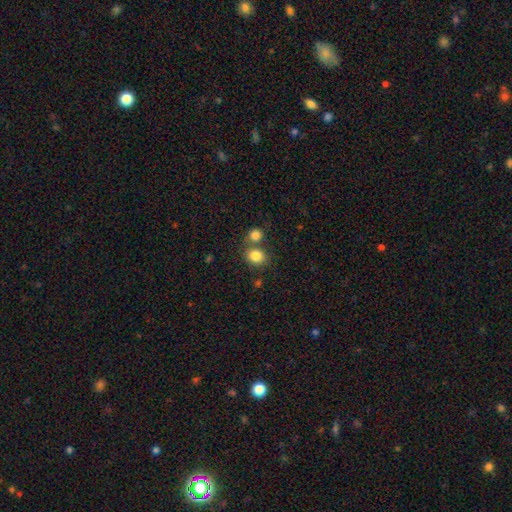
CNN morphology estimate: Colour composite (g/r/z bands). It shows a smooth galaxy with no disk features (84%) that is round (74%). Merging: none (59%).